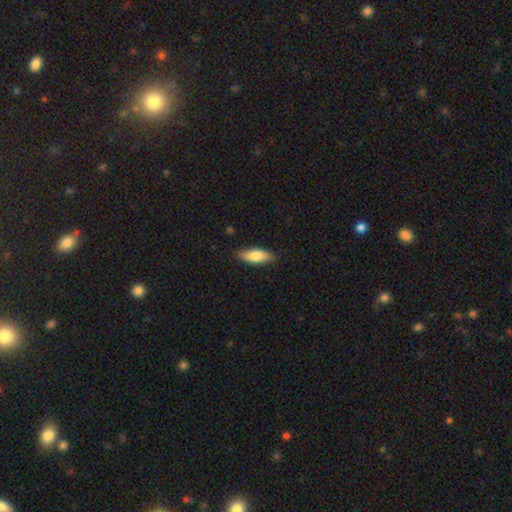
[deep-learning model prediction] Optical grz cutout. It shows a smooth galaxy with no disk features (78%) that is in between round and cigar-shaped (65%). Merging: none (86%).